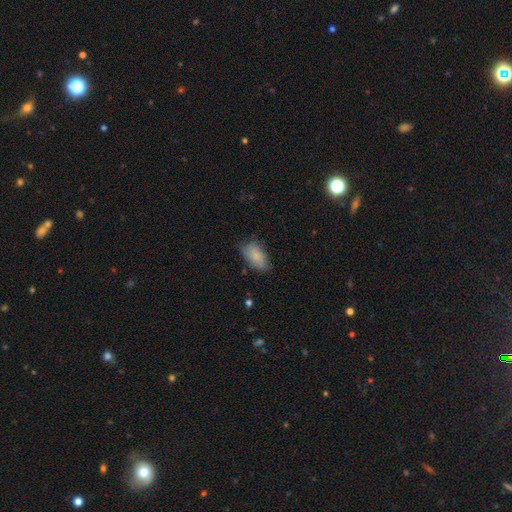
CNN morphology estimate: type=smooth (83%); roundness=in between (93%); merging=none (66%).